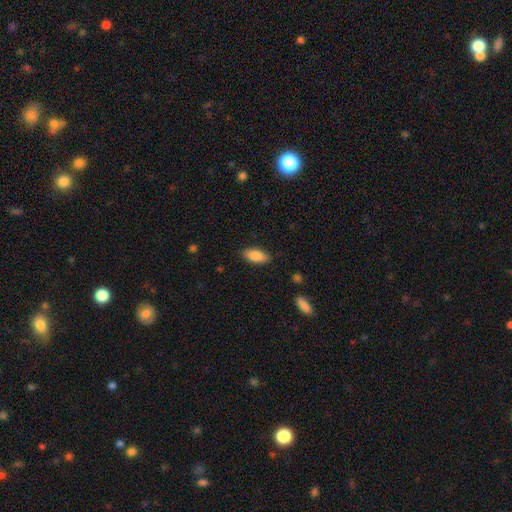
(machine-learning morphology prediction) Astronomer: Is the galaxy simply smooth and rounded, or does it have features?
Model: smooth — 88%.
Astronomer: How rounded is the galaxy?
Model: in between — 88%.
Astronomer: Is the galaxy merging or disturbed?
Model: none — 85%.